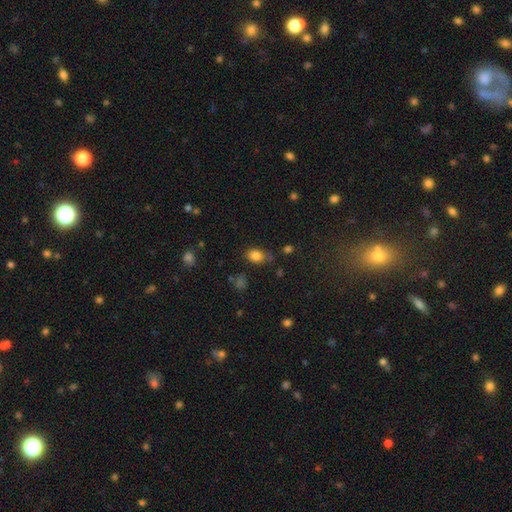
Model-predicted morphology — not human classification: smooth_or_featured: smooth (p=0.83) [alt: star or artifact p=0.11]
how_rounded: in between (p=0.69) [alt: round p=0.30]
merging: none (p=0.66) [alt: minor disturbance p=0.25]